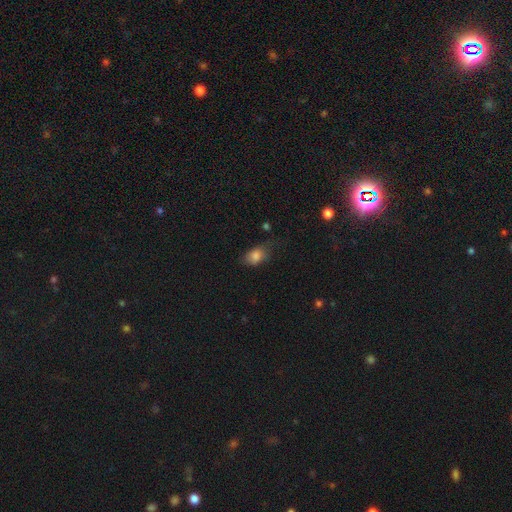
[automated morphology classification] This is clearly a smooth galaxy (82%). How rounded: clearly in between (81%). Merging: possibly none (51%).